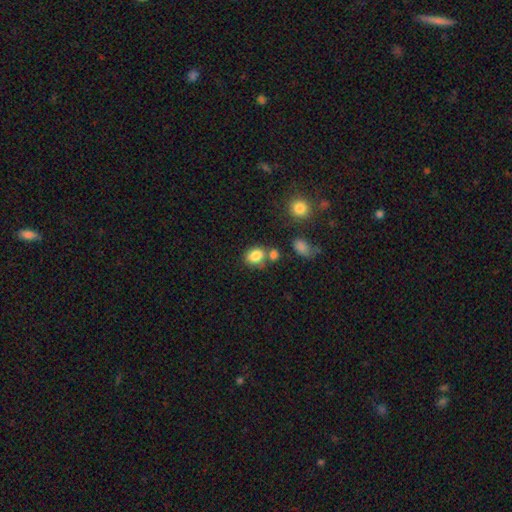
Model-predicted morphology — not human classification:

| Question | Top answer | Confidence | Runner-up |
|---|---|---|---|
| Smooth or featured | smooth | 83% | star or artifact (10%) |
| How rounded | in between | 63% | round (36%) |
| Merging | none | 57% | merger (23%) |